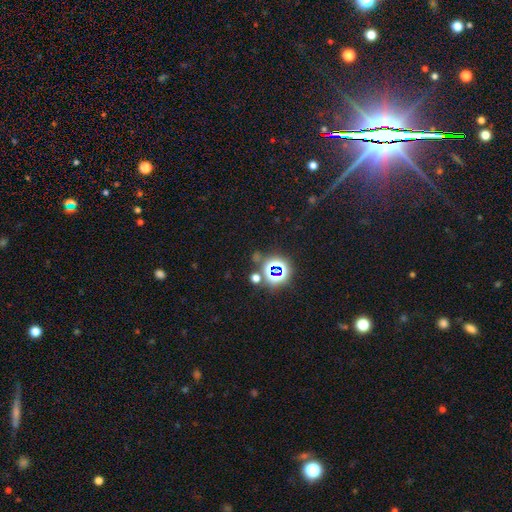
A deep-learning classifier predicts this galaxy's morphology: smooth-or-featured: star or artifact: 75% | smooth: 17% | featured or disk: 8%